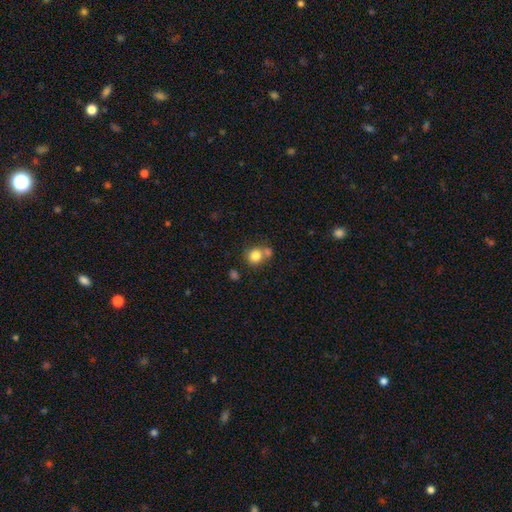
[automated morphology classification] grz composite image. It shows a smooth galaxy with no disk features (81%) that is round (84%). Merging: none (53%).